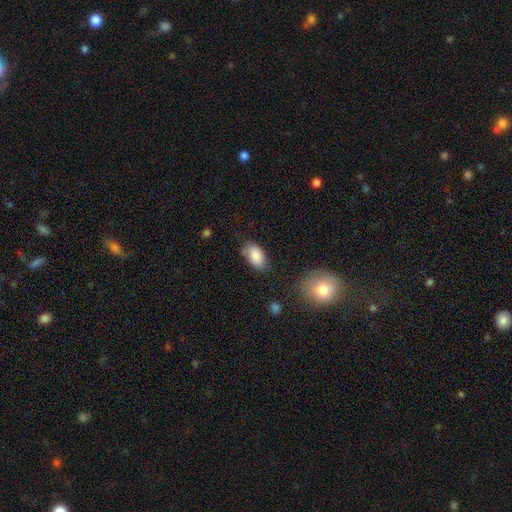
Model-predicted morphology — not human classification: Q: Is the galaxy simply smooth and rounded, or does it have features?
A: smooth — 86%.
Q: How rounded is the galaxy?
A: in between — 94%.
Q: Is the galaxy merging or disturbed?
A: none — 69%.